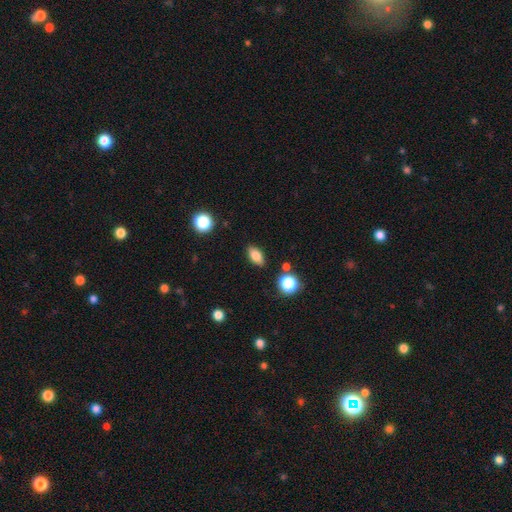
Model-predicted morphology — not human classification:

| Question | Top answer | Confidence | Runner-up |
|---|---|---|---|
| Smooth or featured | smooth | 80% | featured or disk (10%) |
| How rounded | in between | 85% | round (9%) |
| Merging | none | 86% | minor disturbance (9%) |